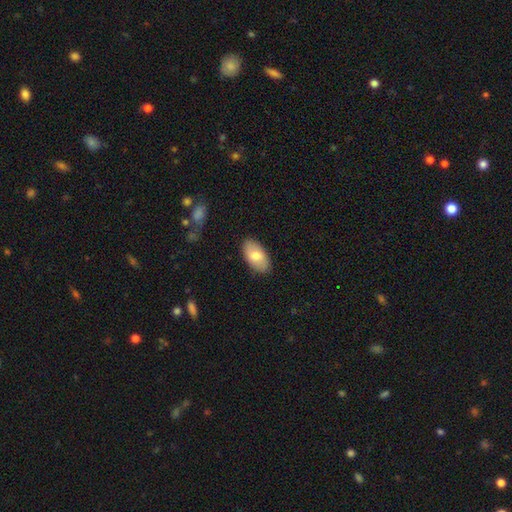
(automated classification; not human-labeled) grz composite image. It shows a smooth galaxy with no disk features (75%) that is in between round and cigar-shaped (95%). Merging: none (86%).